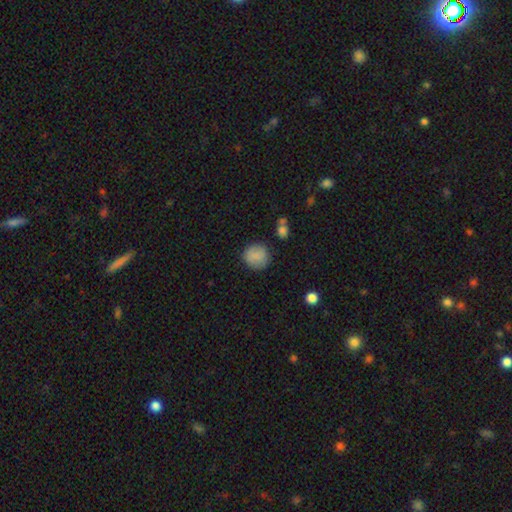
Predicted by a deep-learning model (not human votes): The model was most divided on "merging": none: 81%, minor disturbance: 13%, major disturbance: 4%, merger: 2%. More confident: how rounded — round (87%); smooth or featured — smooth (84%).